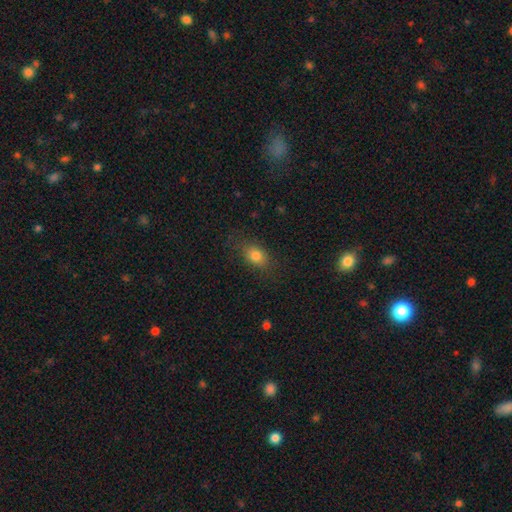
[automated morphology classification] Smooth or featured?
  - smooth: 81% *
  - star or artifact: 10%
  - featured or disk: 8%
How rounded?
  - in between: 75% *
  - round: 22%
  - cigar-shaped: 3%
Merging?
  - none: 80% *
  - minor disturbance: 14%
  - major disturbance: 5%
  - merger: 1%